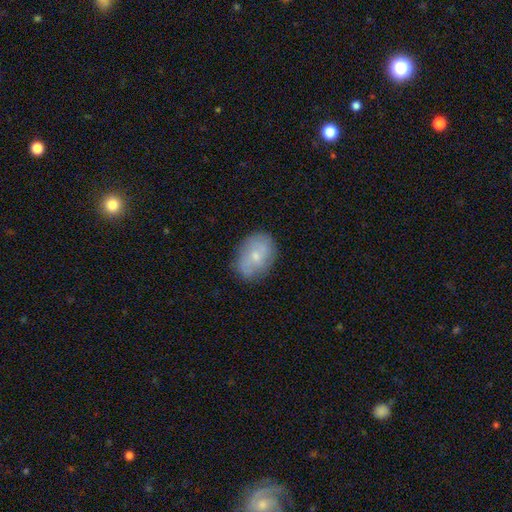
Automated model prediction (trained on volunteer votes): Smooth or featured?
  - smooth: 61% *
  - featured or disk: 32%
  - star or artifact: 8%
How rounded?
  - in between: 77% *
  - round: 22%
  - cigar-shaped: 1%
Merging?
  - none: 77% *
  - minor disturbance: 17%
  - major disturbance: 4%
  - merger: 2%